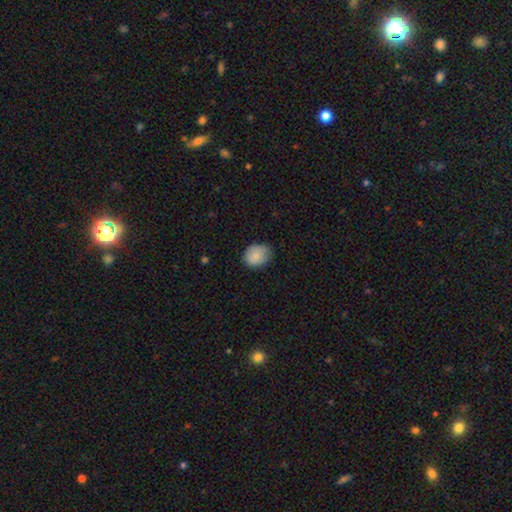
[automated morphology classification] This is clearly a smooth galaxy (86%). How rounded: possibly in between (53%). Merging: likely none (69%).